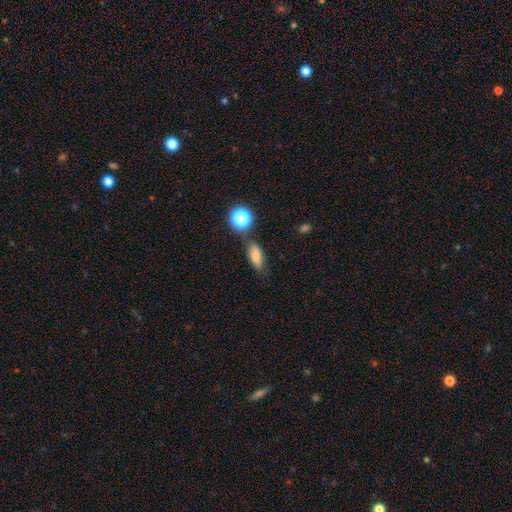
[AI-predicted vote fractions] Smooth or featured: smooth — 74% (featured or disk — 13%)
How rounded: in between — 71% (cigar-shaped — 21%)
Merging: none — 70% (minor disturbance — 18%)